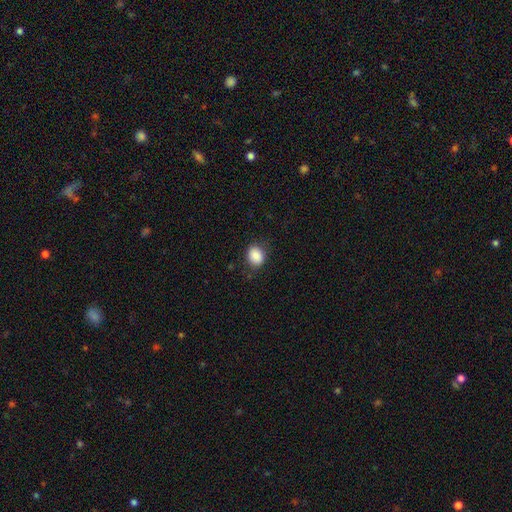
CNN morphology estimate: A smooth galaxy with no disk features (87%) that is round (55%). Merging: none (82%).